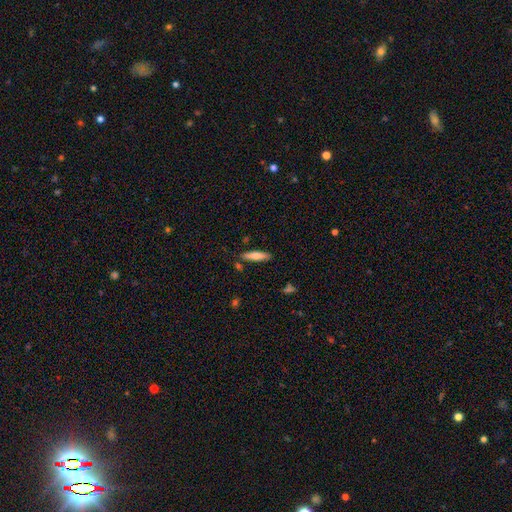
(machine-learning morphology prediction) This is likely a smooth galaxy (75%). How rounded: likely cigar-shaped (75%). Merging: clearly none (83%).